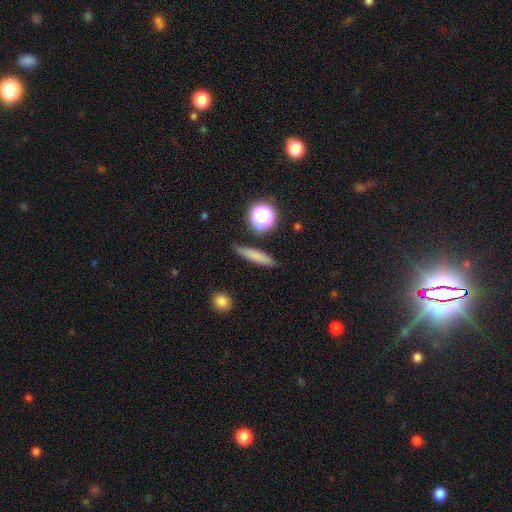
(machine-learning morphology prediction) Overall: smooth (73%). How rounded: cigar-shaped (83%). Merging: none (85%).